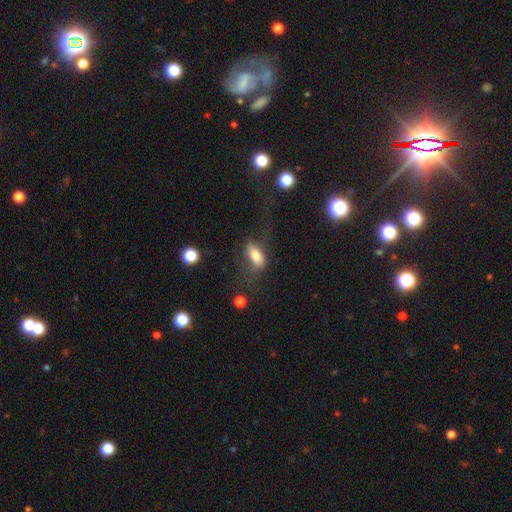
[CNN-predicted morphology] Q: Smooth or featured?
A: smooth (76%); runner-up: featured or disk (16%)
Q: How rounded?
A: in between (85%); runner-up: cigar-shaped (10%)
Q: Merging?
A: none (46%); runner-up: major disturbance (27%)